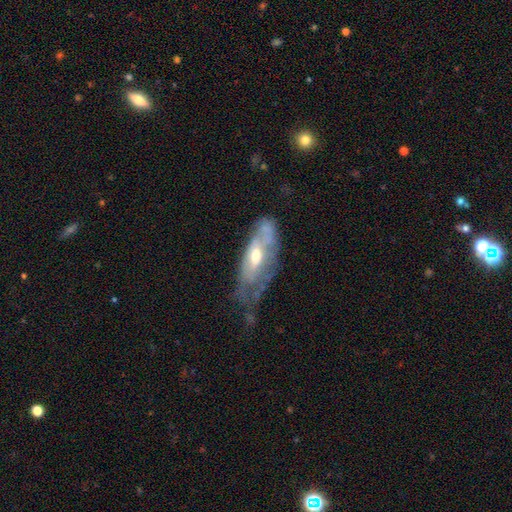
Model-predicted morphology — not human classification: Overall: featured or disk (58%; smooth 35%). Edge-on disk: no (79%). Merging: minor disturbance (33%; none 32%).